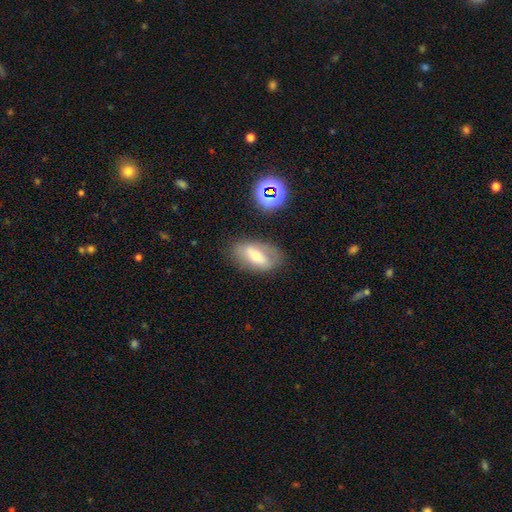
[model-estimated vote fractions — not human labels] smooth 46%, featured or disk 43%, star or artifact 11%. Down the decision tree: merging — none (75%).